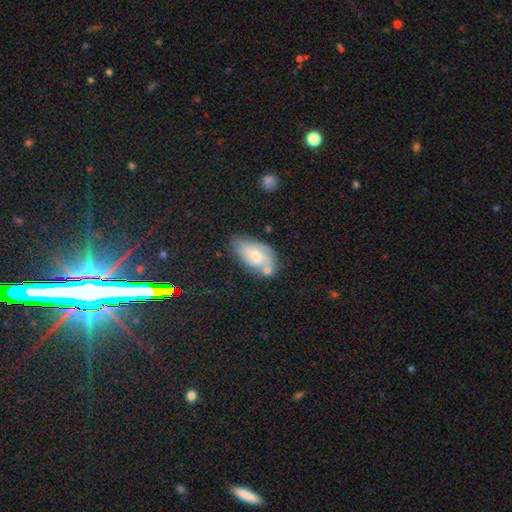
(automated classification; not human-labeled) Smooth or featured? Predicted: smooth (p=0.55). How rounded? Predicted: in between (p=0.91). Merging? Predicted: none (p=0.50).